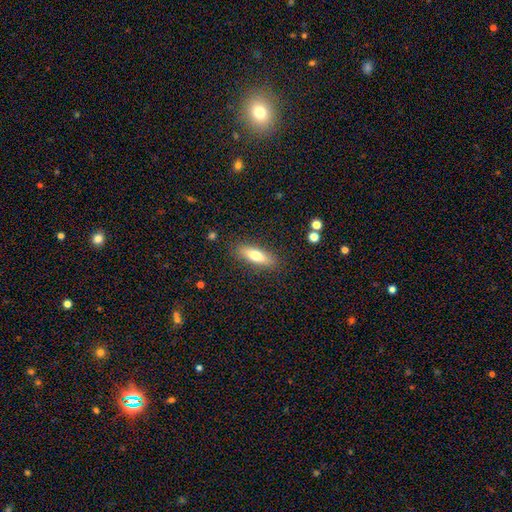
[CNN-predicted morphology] smooth_or_featured: smooth (p=0.70) [alt: featured or disk p=0.24]
how_rounded: in between (p=0.49) [tied with: cigar-shaped p=0.49]
merging: none (p=0.86) [alt: minor disturbance p=0.10]